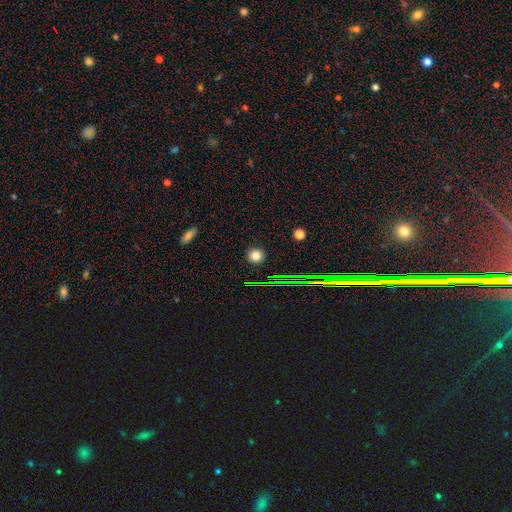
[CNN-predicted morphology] Smooth or featured? Predicted: smooth (p=0.78). How rounded? Predicted: round (p=0.91). Merging? Predicted: none (p=0.91).